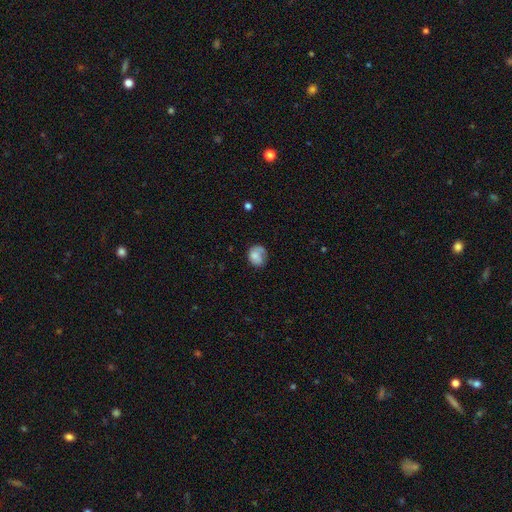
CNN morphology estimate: A smooth galaxy with no disk features (67%) that is round (60%).

Vote fractions:
- Smooth or featured? smooth: 67% / featured or disk: 25% / star or artifact: 8%
- How rounded? round: 60% / in between: 39% / cigar-shaped: 1%
- Merging? none: 50% / minor disturbance: 29% / major disturbance: 18% / merger: 4%